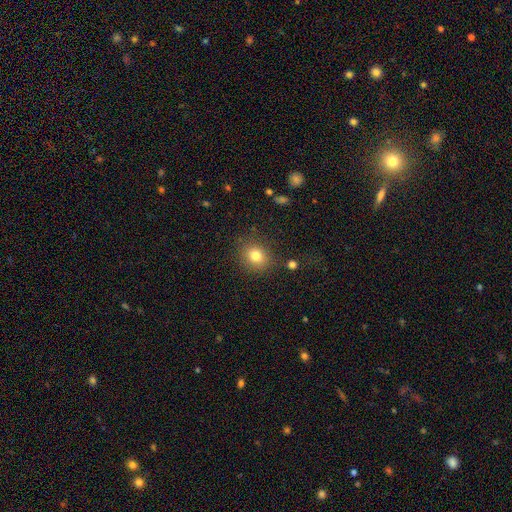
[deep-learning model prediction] Smooth or featured: smooth — 80% (star or artifact — 12%)
How rounded: round — 72% (in between — 27%)
Merging: none — 83% (minor disturbance — 10%)